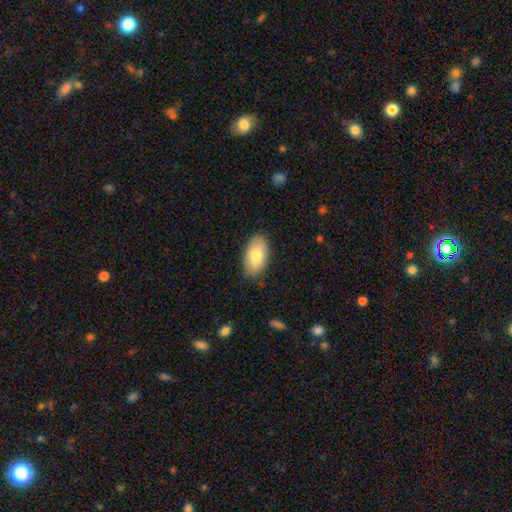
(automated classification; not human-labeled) A smooth galaxy with no disk features (78%) that is in between round and cigar-shaped (94%).

Vote fractions:
- Smooth or featured? smooth: 78% / featured or disk: 15% / star or artifact: 7%
- How rounded? in between: 94% / round: 4% / cigar-shaped: 2%
- Merging? none: 85% / minor disturbance: 12% / major disturbance: 2% / merger: 1%